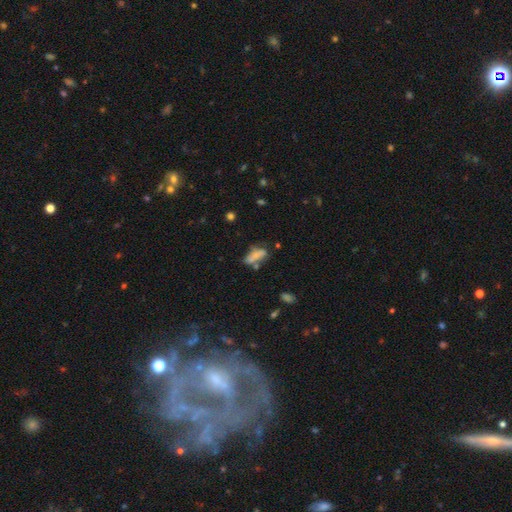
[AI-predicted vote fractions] A smooth galaxy with no disk features (64%) that is in between round and cigar-shaped (69%).

Vote fractions:
- Smooth or featured? smooth: 64% / featured or disk: 25% / star or artifact: 11%
- How rounded? in between: 69% / cigar-shaped: 27% / round: 4%
- Merging? none: 38% / merger: 27% / minor disturbance: 22% / major disturbance: 14%